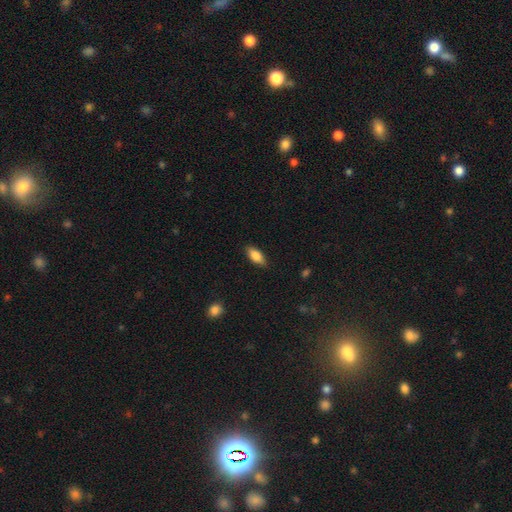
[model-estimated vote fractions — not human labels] This appears to be a smooth galaxy with no disk features (81%) that is in between round and cigar-shaped (82%). Merging: none (85%).